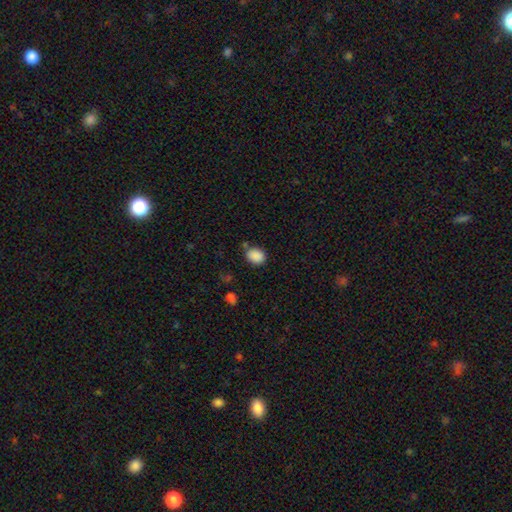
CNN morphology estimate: Smooth or featured? Predicted: smooth (p=0.88). How rounded? Predicted: in between (p=0.54). Merging? Predicted: none (p=0.73).